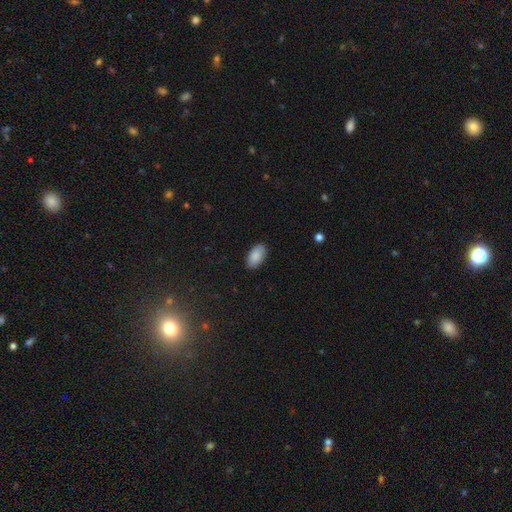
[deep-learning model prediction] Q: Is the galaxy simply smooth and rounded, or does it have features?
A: smooth — 88%.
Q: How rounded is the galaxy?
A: in between — 95%.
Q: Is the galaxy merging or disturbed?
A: none — 87%.